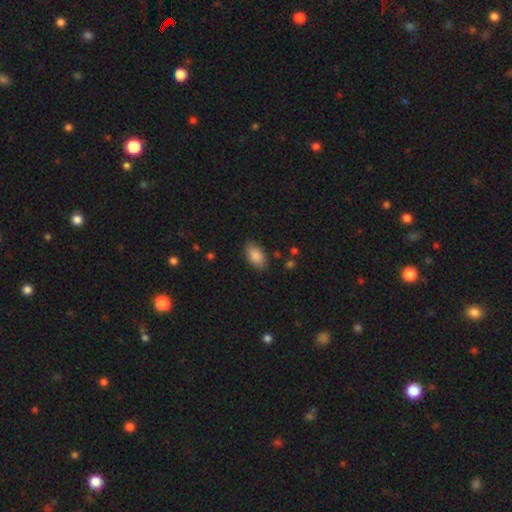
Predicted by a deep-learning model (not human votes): Smooth or featured?
  - smooth: 87% *
  - star or artifact: 7%
  - featured or disk: 6%
How rounded?
  - in between: 93% *
  - round: 5%
  - cigar-shaped: 3%
Merging?
  - none: 83% *
  - minor disturbance: 12%
  - major disturbance: 3%
  - merger: 1%